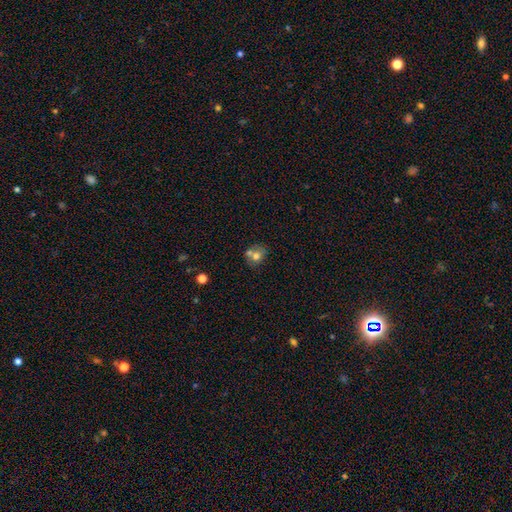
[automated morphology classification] Smooth or featured? smooth (66%)
How rounded? round (65%)
Merging? merger (43%)